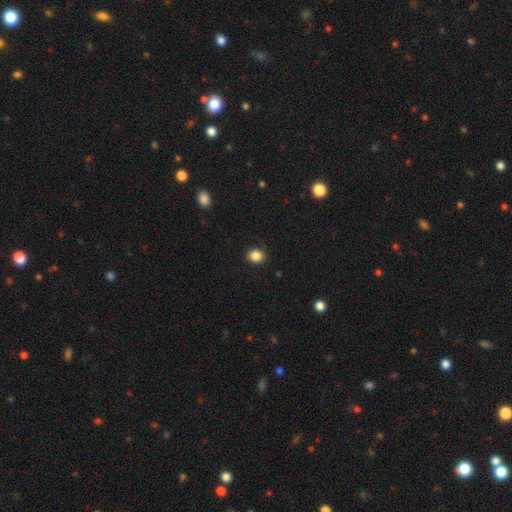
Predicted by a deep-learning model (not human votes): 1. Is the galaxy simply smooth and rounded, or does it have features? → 86% smooth, 10% star or artifact, 3% featured or disk.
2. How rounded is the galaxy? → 71% round, 28% in between, 1% cigar-shaped.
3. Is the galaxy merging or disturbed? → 89% none, 8% minor disturbance, 2% major disturbance, 1% merger.